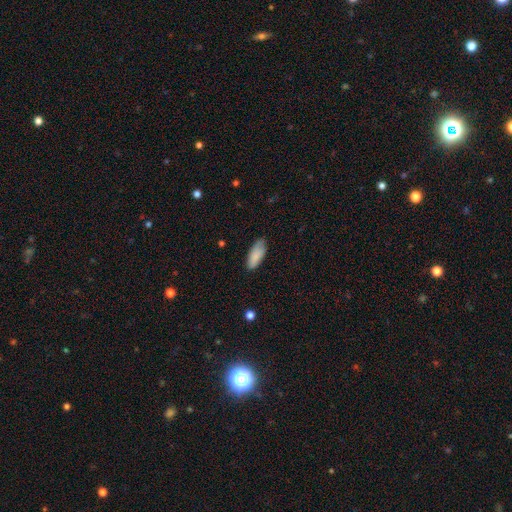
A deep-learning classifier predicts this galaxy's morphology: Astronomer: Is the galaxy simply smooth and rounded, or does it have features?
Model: smooth — 86%.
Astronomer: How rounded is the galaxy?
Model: in between — 79%.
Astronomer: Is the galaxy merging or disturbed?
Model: none — 75%.